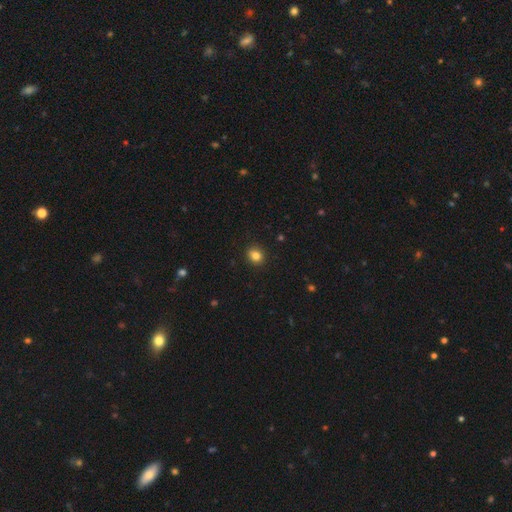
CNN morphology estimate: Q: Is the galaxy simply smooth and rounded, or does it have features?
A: smooth — 83%.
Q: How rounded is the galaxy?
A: round — 69%.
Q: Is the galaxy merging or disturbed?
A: none — 89%.